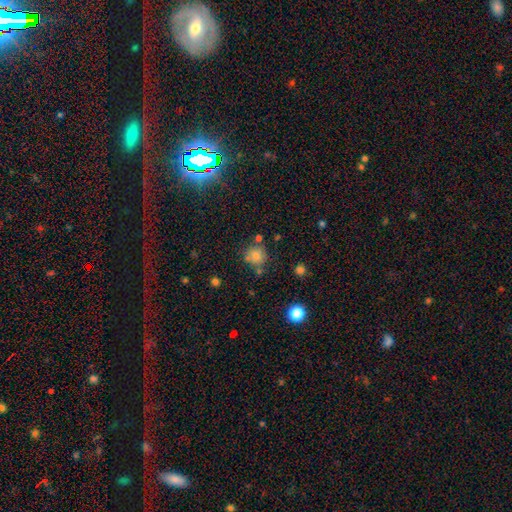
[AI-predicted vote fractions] Morphology: type=smooth (77%); roundness=round (87%); merging=none (71%).